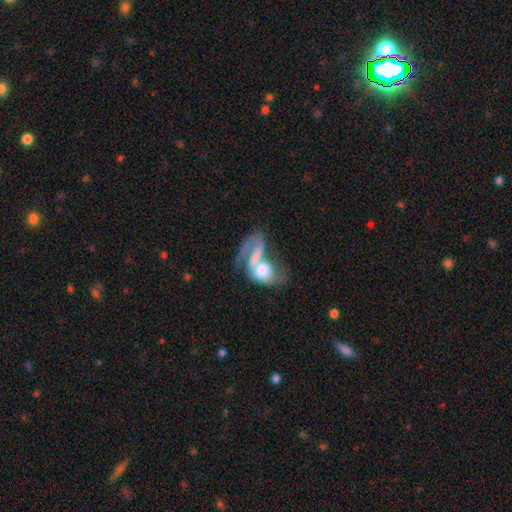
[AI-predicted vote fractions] Overall: featured or disk (50%; smooth 42%). Edge-on disk: no (95%). Merging: merger (61%; major disturbance 22%).